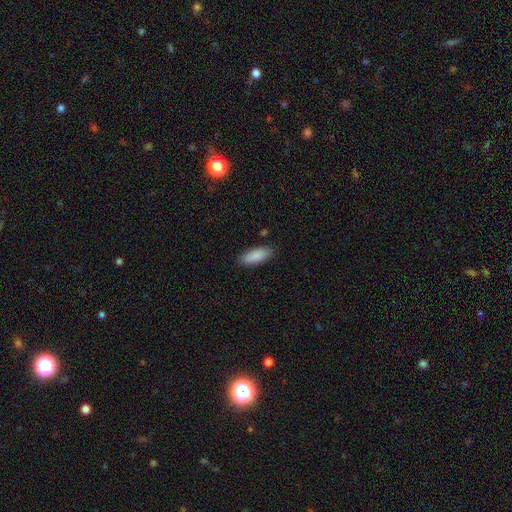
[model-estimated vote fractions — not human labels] This appears to be a smooth galaxy with no disk features (89%) that is in between round and cigar-shaped (72%). Merging: none (87%).